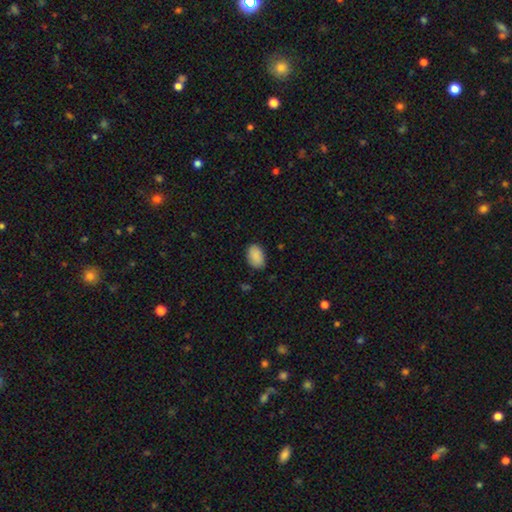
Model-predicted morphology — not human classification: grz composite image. It shows a smooth galaxy with no disk features (90%) that is in between round and cigar-shaped (89%). Merging: none (84%).